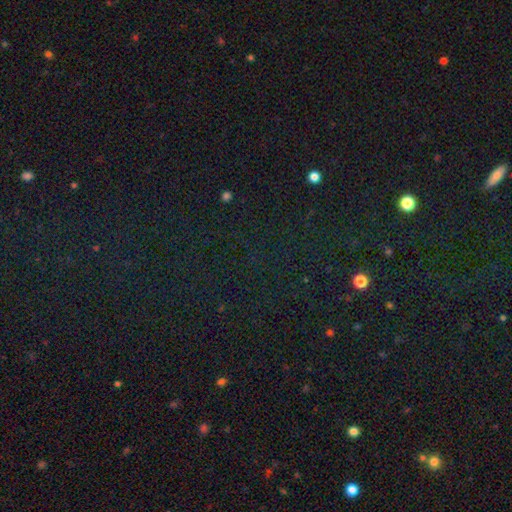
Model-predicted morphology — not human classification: star or artifact 80%, smooth 13%, featured or disk 7%.